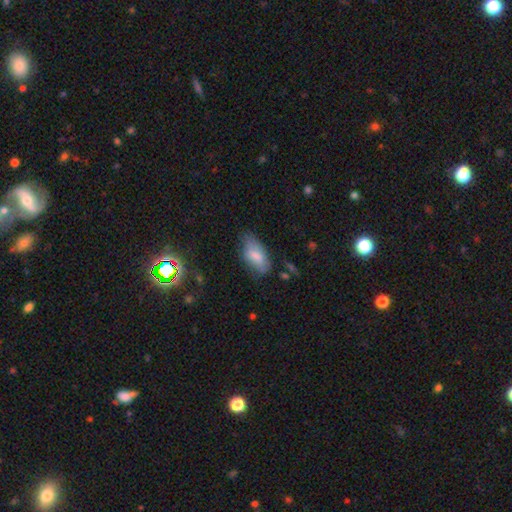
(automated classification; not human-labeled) A smooth galaxy with no disk features (72%) that is in between round and cigar-shaped (89%). Merging: none (52%).